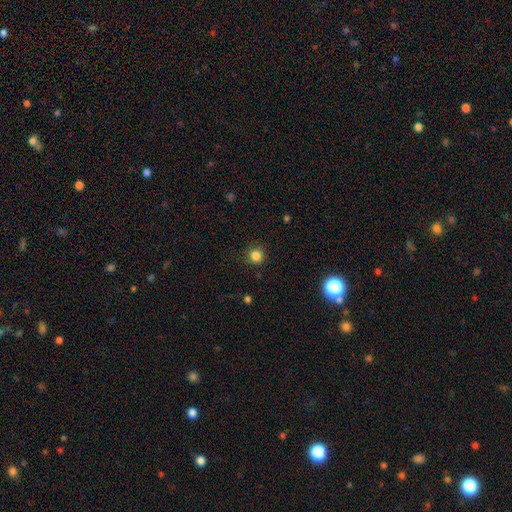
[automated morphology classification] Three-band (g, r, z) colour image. It shows a smooth galaxy with no disk features (83%) that is round (91%). Merging: none (86%).